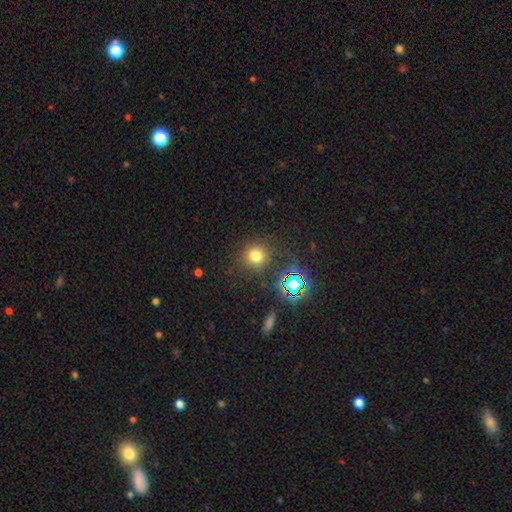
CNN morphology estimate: A smooth galaxy with no disk features (70%) that is round (90%).

Vote fractions:
- Smooth or featured? smooth: 70% / star or artifact: 23% / featured or disk: 7%
- How rounded? round: 90% / in between: 9% / cigar-shaped: 1%
- Merging? none: 85% / minor disturbance: 8% / major disturbance: 4% / merger: 3%